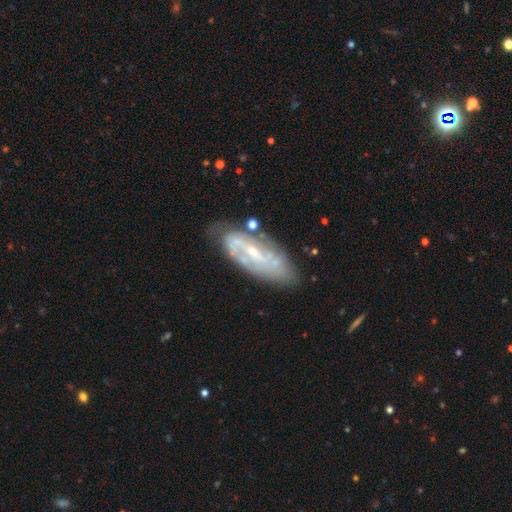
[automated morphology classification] Q: Smooth or featured?
A: featured or disk (76%); runner-up: smooth (16%)
Q: Edge-on disk?
A: no (87%); runner-up: yes (13%)
Q: Bar?
A: weak (42%); runner-up: no (33%)
Q: Spiral arms?
A: yes (81%); runner-up: no (19%)
Q: Spiral winding?
A: tight (40%); runner-up: medium (38%)
Q: Spiral arm count?
A: 2 (49%); runner-up: can't tell (35%)
Q: Bulge size?
A: small (68%); runner-up: moderate (24%)
Q: Merging?
A: none (67%); runner-up: minor disturbance (21%)